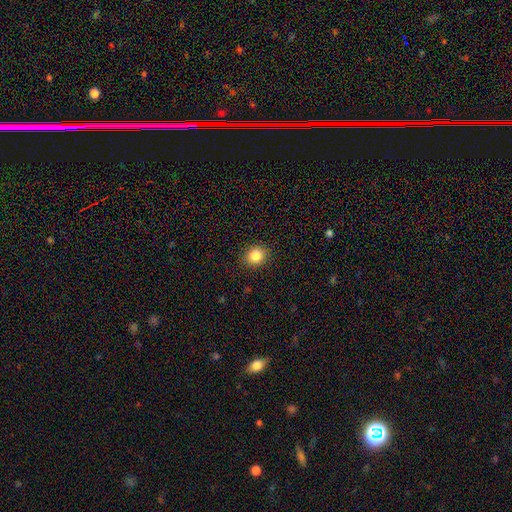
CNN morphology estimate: Overall: smooth (85%). How rounded: round (68%; in between 32%). Merging: none (89%).